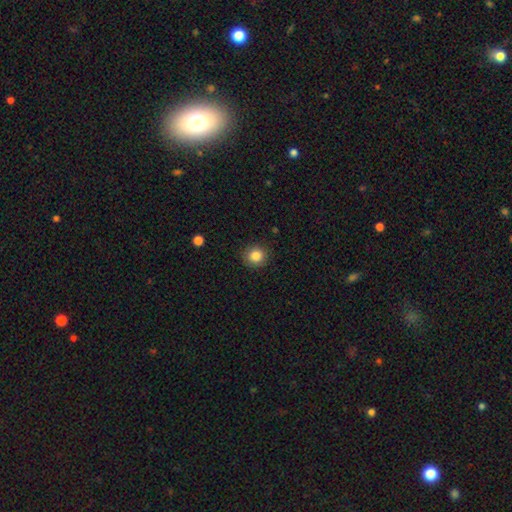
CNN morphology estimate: smooth 85%, star or artifact 10%, featured or disk 5%. Down the decision tree: how rounded — round (89%); merging — none (89%).